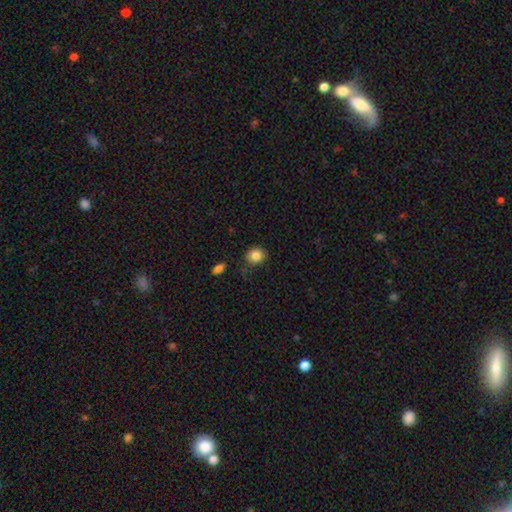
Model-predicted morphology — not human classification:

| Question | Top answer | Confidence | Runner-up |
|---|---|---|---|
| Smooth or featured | smooth | 83% | star or artifact (10%) |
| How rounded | round | 76% | in between (23%) |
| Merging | none | 74% | minor disturbance (19%) |